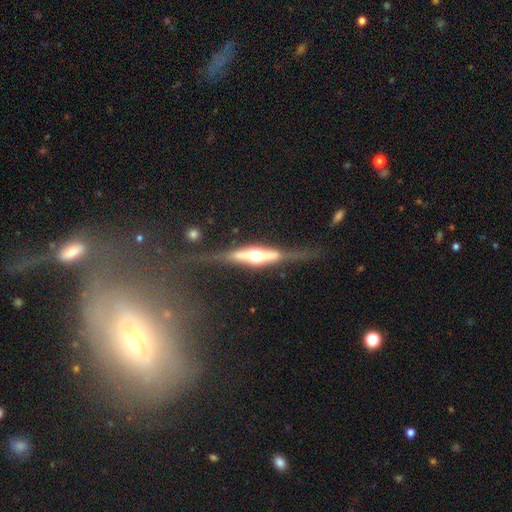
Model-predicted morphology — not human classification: This is likely a featured or disk galaxy (78%). It is clearly viewed edge-on (93%). Edge-on bulge: clearly rounded (86%). Merging: likely none (63%).